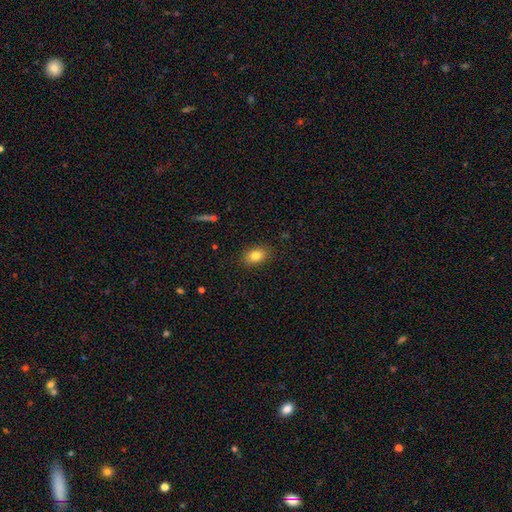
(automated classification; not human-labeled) This appears to be a smooth galaxy with no disk features (81%) that is in between round and cigar-shaped (79%). Merging: none (87%).